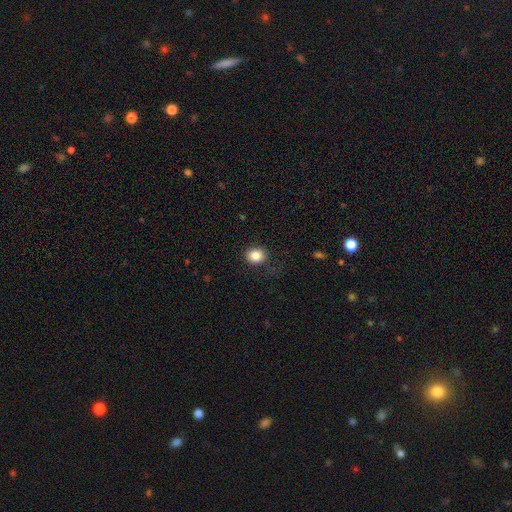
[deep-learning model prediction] smooth 84%, star or artifact 10%, featured or disk 6%. Down the decision tree: how rounded — round (68%); merging — none (83%).